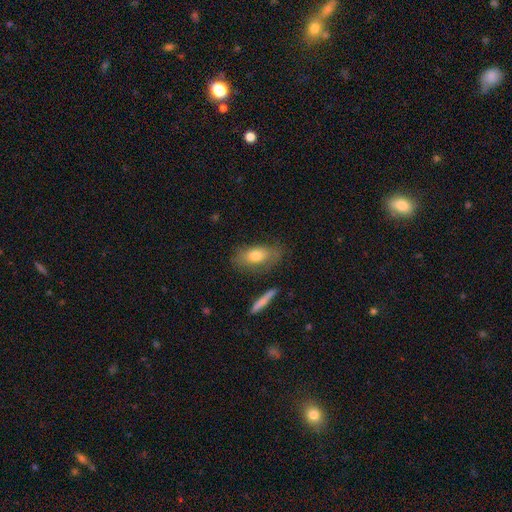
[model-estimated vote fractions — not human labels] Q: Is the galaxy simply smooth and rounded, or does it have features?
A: smooth — 71%.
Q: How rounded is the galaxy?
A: in between — 84%.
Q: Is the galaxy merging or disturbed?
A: none — 68%.